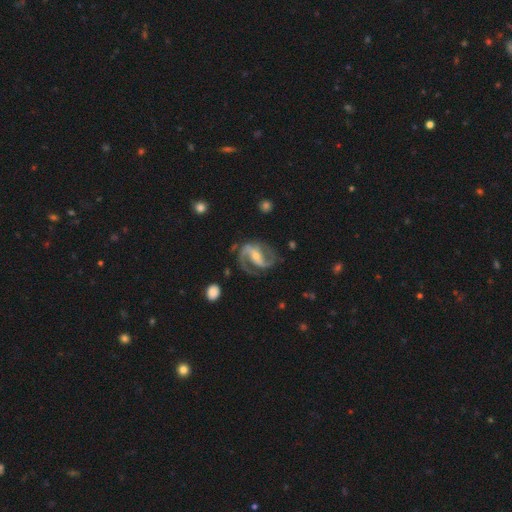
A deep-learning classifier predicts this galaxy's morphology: A featured or disk galaxy (90%) with a strong bar (56%), 2 (89%) medium (55%) spiral arms (96%) and a small central bulge (54%). Merging: none (71%).